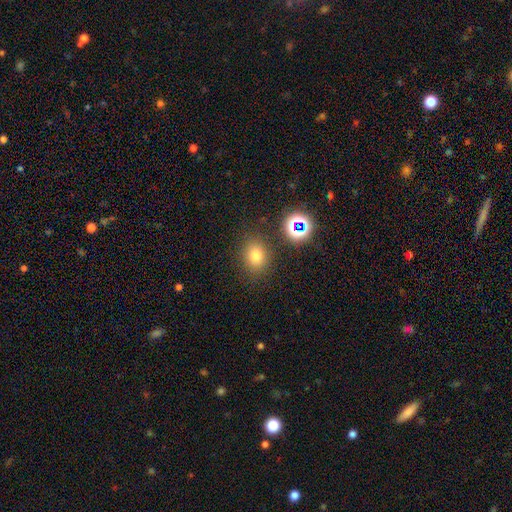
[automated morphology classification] smooth_or_featured: smooth (p=0.73) [alt: star or artifact p=0.19]
how_rounded: round (p=0.61) [alt: in between p=0.38]
merging: none (p=0.82) [alt: minor disturbance p=0.10]